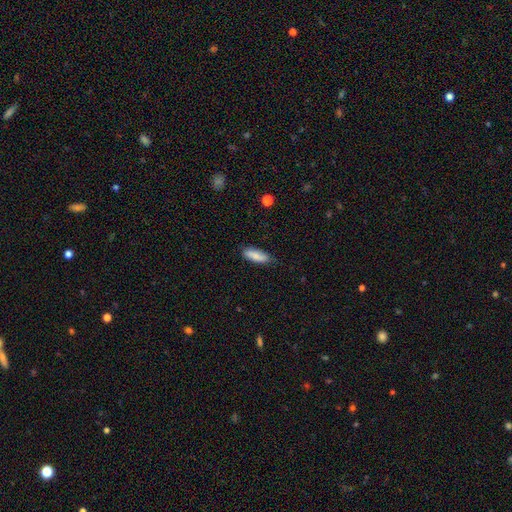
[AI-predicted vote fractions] Smooth or featured? smooth (83%)
How rounded? in between (64%)
Merging? none (78%)